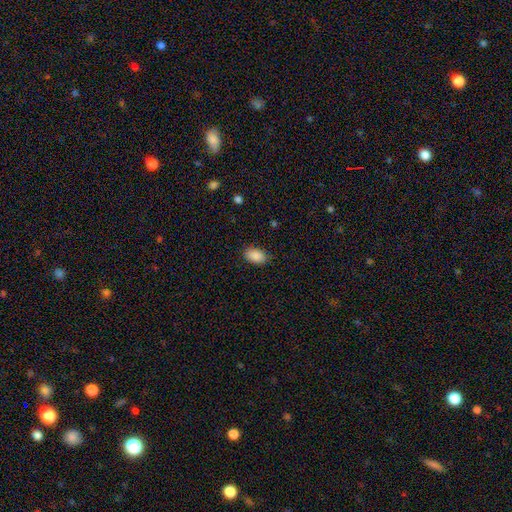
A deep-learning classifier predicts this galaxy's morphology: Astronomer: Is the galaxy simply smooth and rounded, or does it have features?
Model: smooth — 89%.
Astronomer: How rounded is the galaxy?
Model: in between — 91%.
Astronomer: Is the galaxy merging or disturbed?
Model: none — 85%.